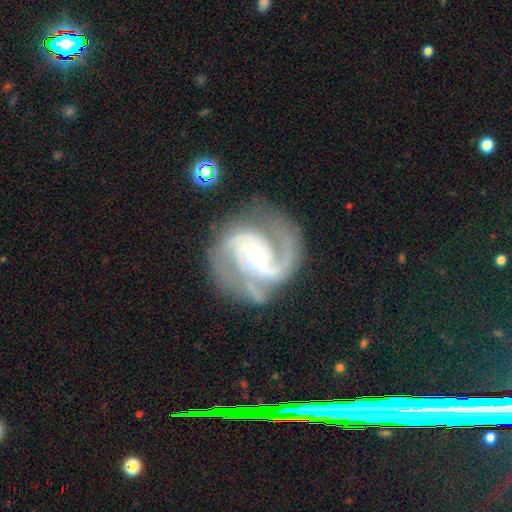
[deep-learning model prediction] Q: Smooth or featured?
A: featured or disk (91%); runner-up: star or artifact (5%)
Q: Edge-on disk?
A: no (98%); runner-up: yes (2%)
Q: Bar?
A: no (49%); runner-up: weak (36%)
Q: Spiral arms?
A: yes (98%); runner-up: no (2%)
Q: Spiral winding?
A: medium (49%); runner-up: tight (41%)
Q: Spiral arm count?
A: 2 (51%); runner-up: 3 (32%)
Q: Bulge size?
A: moderate (70%); runner-up: small (20%)
Q: Merging?
A: none (70%); runner-up: minor disturbance (18%)